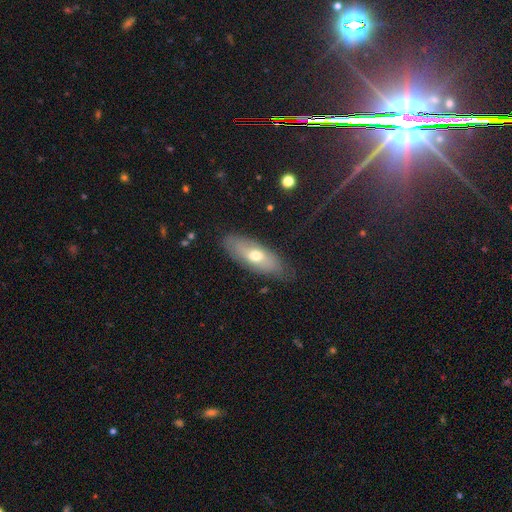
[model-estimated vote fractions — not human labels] Morphology: type=smooth (59%); roundness=in between (75%); merging=none (77%).